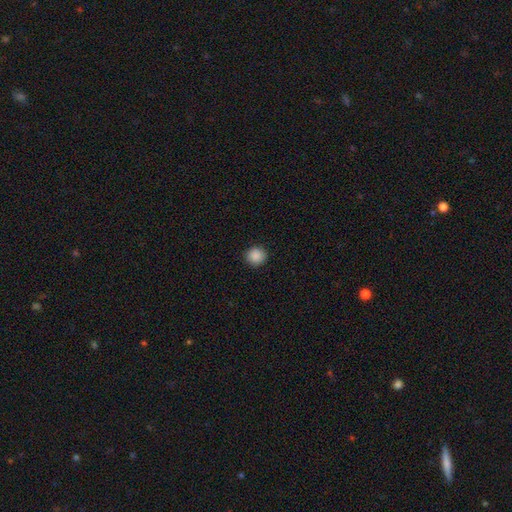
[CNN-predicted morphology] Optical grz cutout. It shows a smooth galaxy with no disk features (88%) that is round (92%). Merging: none (91%).